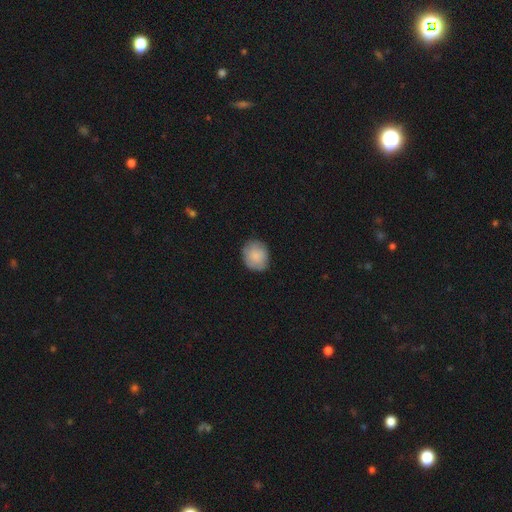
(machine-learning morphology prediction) A smooth galaxy with no disk features (82%) that is round (70%).

Vote fractions:
- Smooth or featured? smooth: 82% / featured or disk: 11% / star or artifact: 7%
- How rounded? round: 70% / in between: 29% / cigar-shaped: 1%
- Merging? none: 82% / minor disturbance: 15% / major disturbance: 3% / merger: 1%